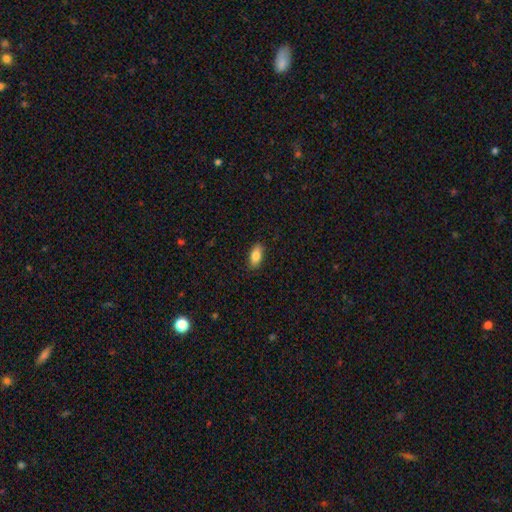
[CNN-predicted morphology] smooth_or_featured: smooth (p=0.83) [alt: featured or disk p=0.10]
how_rounded: in between (p=0.88) [alt: cigar-shaped p=0.09]
merging: none (p=0.88) [alt: minor disturbance p=0.09]